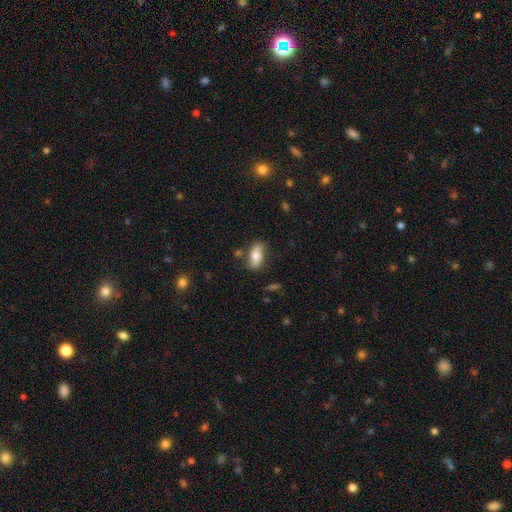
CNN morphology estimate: smooth-or-featured: smooth: 70% | featured or disk: 23% | star or artifact: 7%
  how-rounded: in between: 84% | cigar-shaped: 13% | round: 4%
  merging: none: 75% | minor disturbance: 16% | merger: 4% | major disturbance: 4%